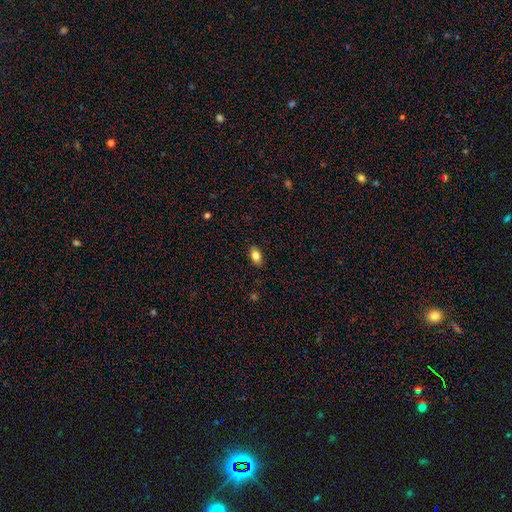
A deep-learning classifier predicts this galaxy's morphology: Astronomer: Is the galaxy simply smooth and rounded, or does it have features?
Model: smooth — 83%.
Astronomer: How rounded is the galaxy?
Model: in between — 90%.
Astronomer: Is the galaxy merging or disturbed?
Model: none — 88%.